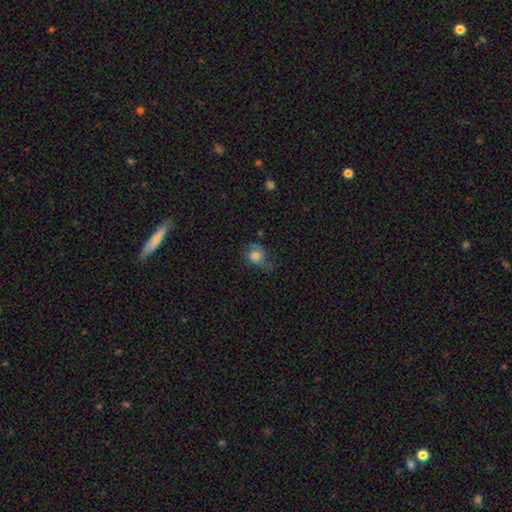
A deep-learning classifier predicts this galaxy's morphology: Q: Smooth or featured?
A: smooth (67%); runner-up: featured or disk (23%)
Q: How rounded?
A: round (61%); runner-up: in between (38%)
Q: Merging?
A: none (41%); runner-up: minor disturbance (32%)